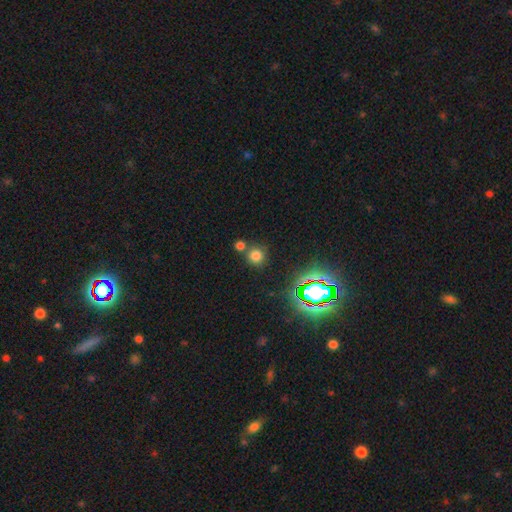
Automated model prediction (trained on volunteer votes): A smooth galaxy with no disk features (68%) that is round (92%).

Vote fractions:
- Smooth or featured? smooth: 68% / star or artifact: 25% / featured or disk: 7%
- How rounded? round: 92% / in between: 7% / cigar-shaped: 1%
- Merging? none: 71% / merger: 18% / minor disturbance: 7% / major disturbance: 3%